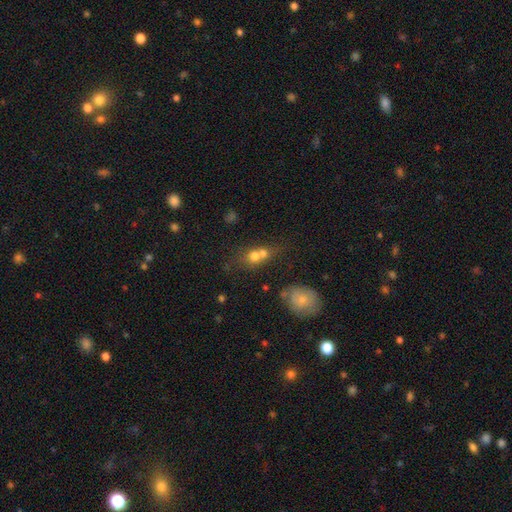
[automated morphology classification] A smooth galaxy with no disk features (67%) that is round (64%).

Vote fractions:
- Smooth or featured? smooth: 67% / featured or disk: 18% / star or artifact: 14%
- How rounded? round: 64% / in between: 32% / cigar-shaped: 3%
- Merging? merger: 56% / none: 31% / minor disturbance: 8% / major disturbance: 5%